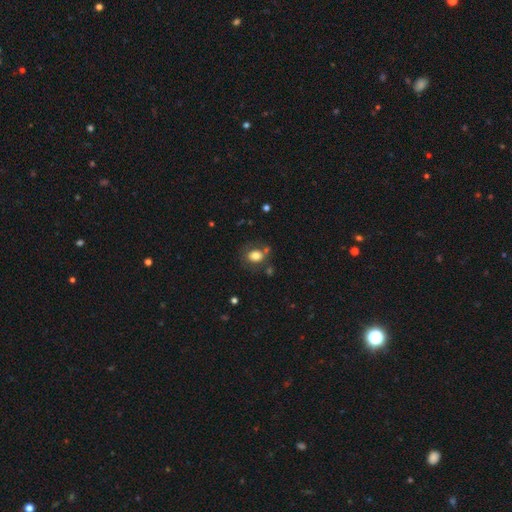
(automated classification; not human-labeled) smooth_or_featured: smooth (p=0.79) [alt: featured or disk p=0.11]
how_rounded: in between (p=0.56) [alt: round p=0.43]
merging: none (p=0.63) [alt: minor disturbance p=0.17]